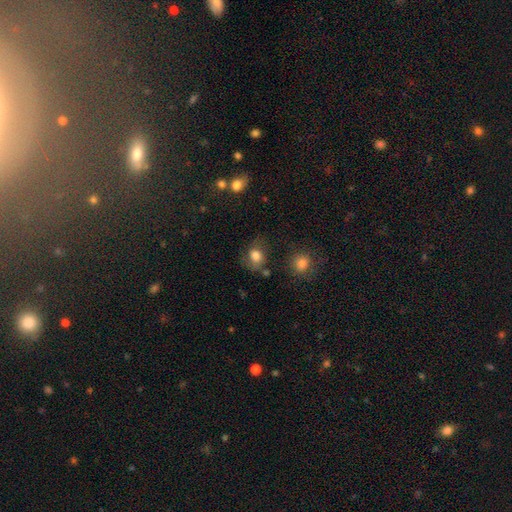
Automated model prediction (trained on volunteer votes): Morphology: type=smooth (76%); roundness=round (52%); merging=none (54%).